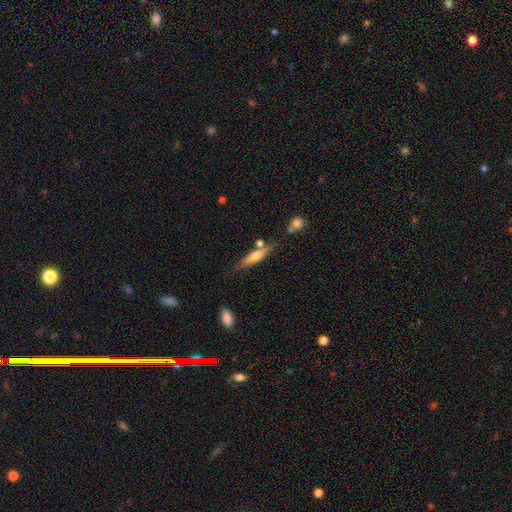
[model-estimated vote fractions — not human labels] A smooth galaxy with no disk features (51%) that is cigar-shaped (78%). Merging: none (71%).